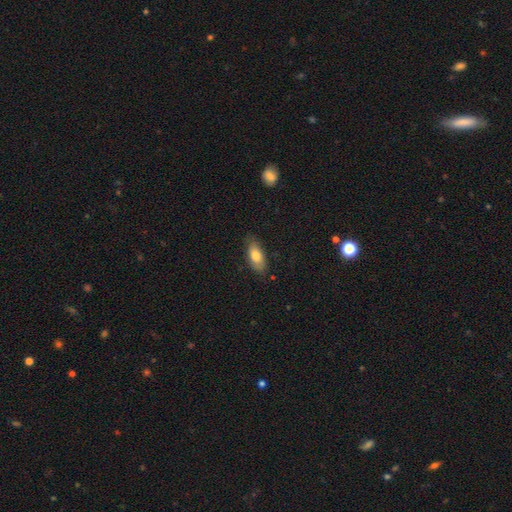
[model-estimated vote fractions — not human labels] smooth-or-featured: smooth: 76% | featured or disk: 18% | star or artifact: 7%
  how-rounded: in between: 86% | cigar-shaped: 11% | round: 3%
  merging: none: 78% | minor disturbance: 17% | major disturbance: 3% | merger: 1%